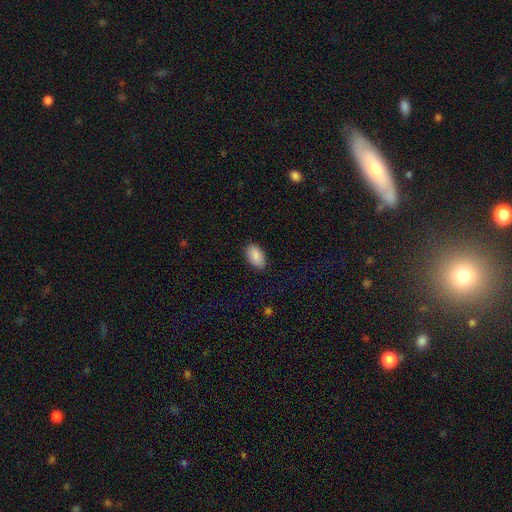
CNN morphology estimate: This is clearly a smooth galaxy (89%). How rounded: clearly in between (94%). Merging: clearly none (87%).